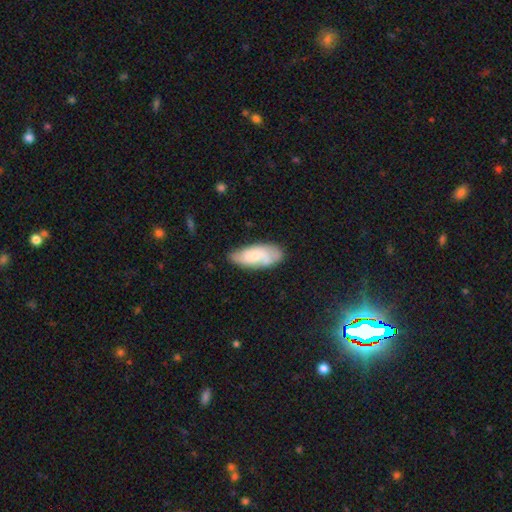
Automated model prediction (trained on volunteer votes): smooth 62%, featured or disk 31%, star or artifact 7%. Down the decision tree: how rounded — in between (83%); merging — none (64%).